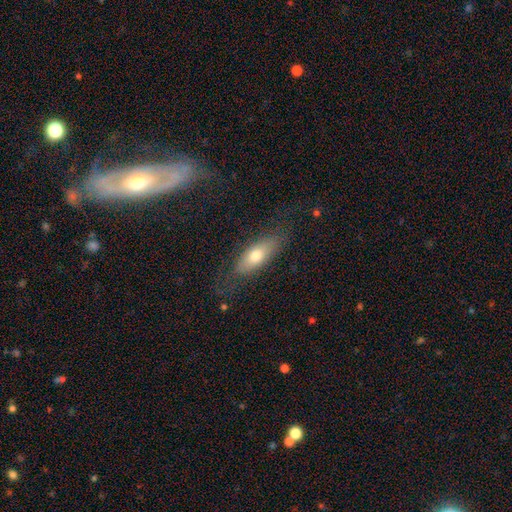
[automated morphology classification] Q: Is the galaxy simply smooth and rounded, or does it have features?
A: smooth — 66%.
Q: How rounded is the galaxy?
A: in between — 69%.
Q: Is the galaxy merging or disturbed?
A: none — 74%.